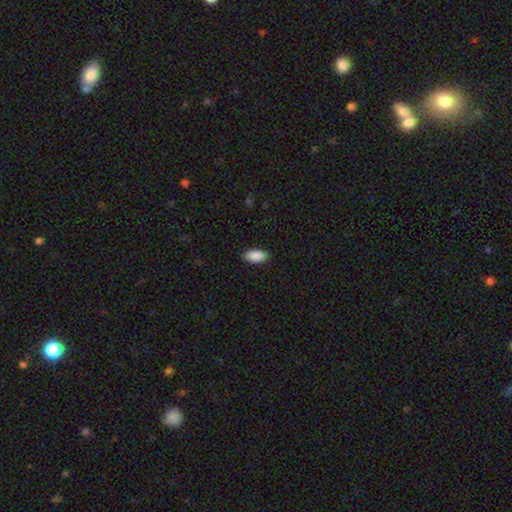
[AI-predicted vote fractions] A smooth galaxy with no disk features (91%) that is in between round and cigar-shaped (94%). Merging: none (89%).